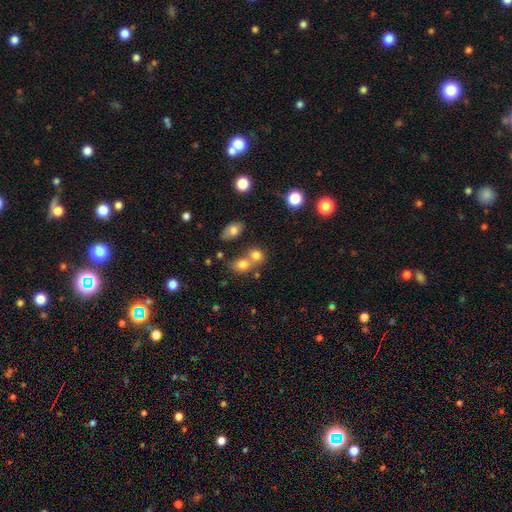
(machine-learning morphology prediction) Q: Smooth or featured?
A: smooth (77%); runner-up: star or artifact (13%)
Q: How rounded?
A: round (58%); runner-up: in between (40%)
Q: Merging?
A: merger (50%); runner-up: none (38%)